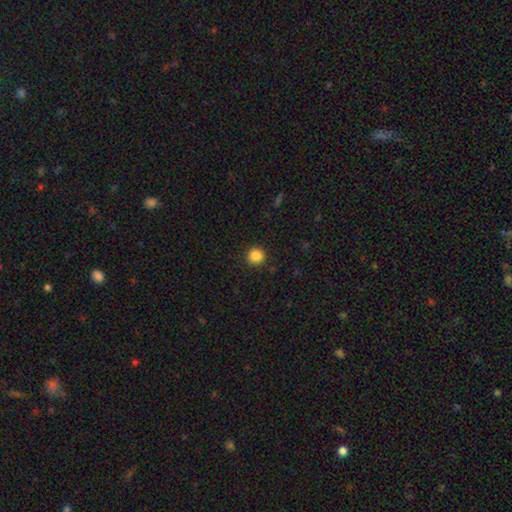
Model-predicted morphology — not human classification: type=smooth (86%); roundness=round (95%); merging=none (92%).